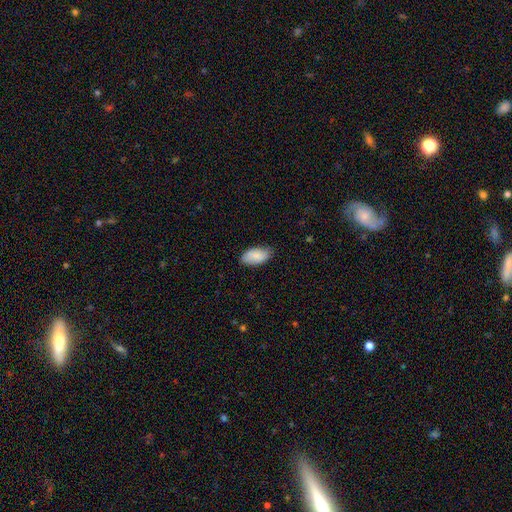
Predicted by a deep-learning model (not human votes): Morphology: type=smooth (86%); roundness=in between (95%); merging=none (78%).